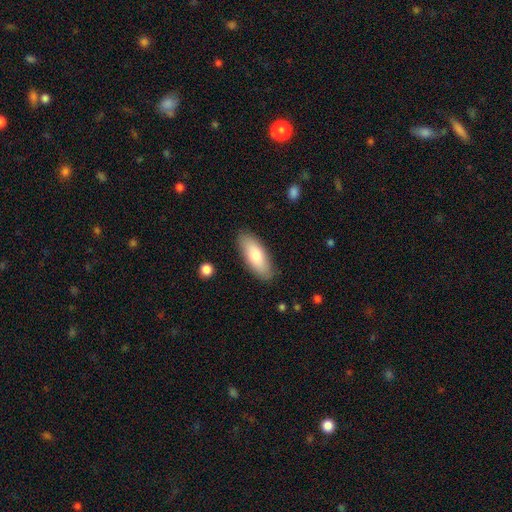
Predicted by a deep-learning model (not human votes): The model was most divided on "how rounded": in between: 74%, cigar-shaped: 24%, round: 2%. More confident: merging — none (87%); smooth or featured — smooth (75%).